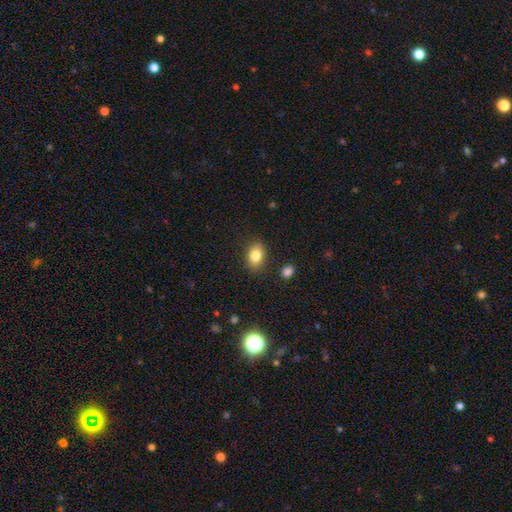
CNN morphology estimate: This is clearly a smooth galaxy (82%). How rounded: likely in between (75%). Merging: clearly none (85%).